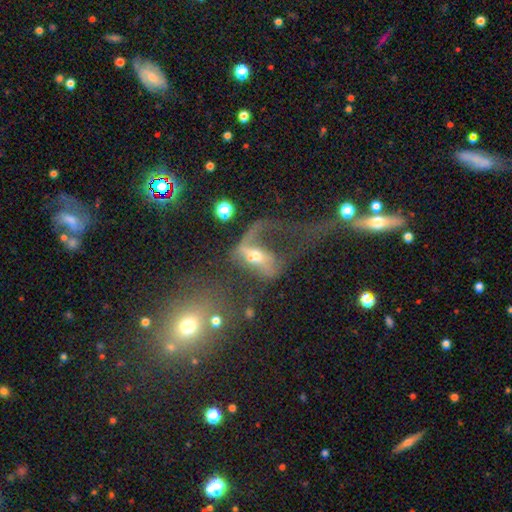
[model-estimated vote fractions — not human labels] This appears to be a featured or disk galaxy (65%) with no bar (51%), spiral arms (62%) and a moderate central bulge (53%). Merging: major disturbance (52%).